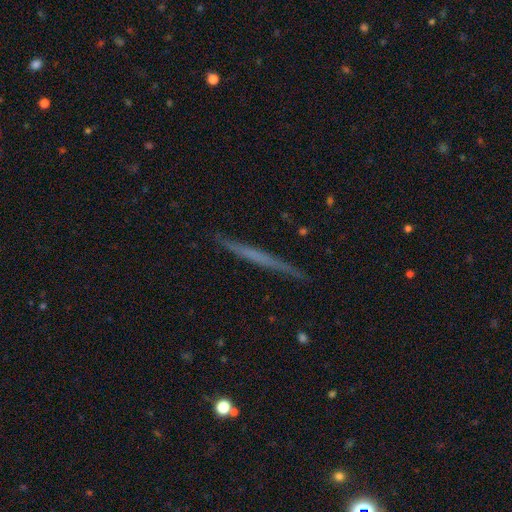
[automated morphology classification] A featured or disk galaxy (55%) viewed edge-on (97%) with no central bulge (87%).

Vote fractions:
- Smooth or featured? featured or disk: 55% / smooth: 38% / star or artifact: 6%
- Edge-on disk? yes: 97% / no: 3%
- Edge-on bulge? none: 87% / rounded: 8% / boxy: 5%
- Merging? none: 90% / minor disturbance: 7% / major disturbance: 1% / merger: 1%